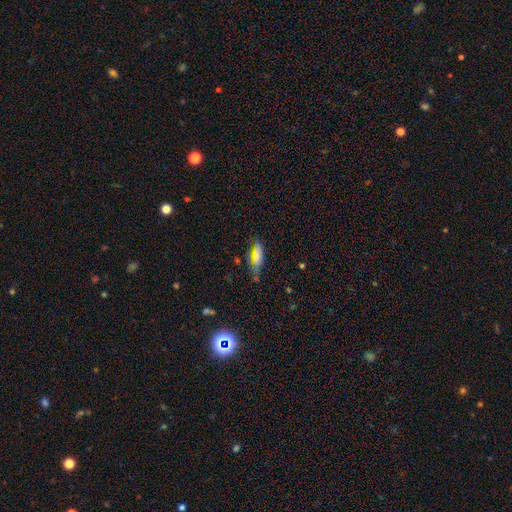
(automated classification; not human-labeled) Smooth or featured: smooth — 56% (featured or disk — 26%)
How rounded: in between — 60% (cigar-shaped — 35%)
Merging: none — 68% (minor disturbance — 23%)